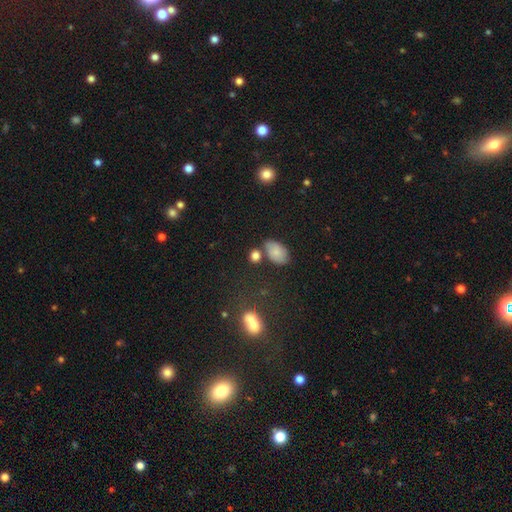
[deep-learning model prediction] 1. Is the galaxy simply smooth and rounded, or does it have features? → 76% smooth, 14% star or artifact, 10% featured or disk.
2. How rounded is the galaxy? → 53% round, 45% in between, 2% cigar-shaped.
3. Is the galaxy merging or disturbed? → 63% none, 17% merger, 15% minor disturbance, 5% major disturbance.